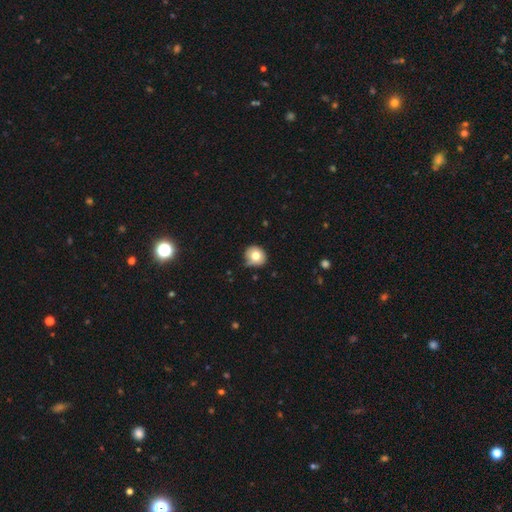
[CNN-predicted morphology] Smooth or featured: smooth — 76% (featured or disk — 14%)
How rounded: round — 83% (in between — 16%)
Merging: none — 65% (minor disturbance — 27%)